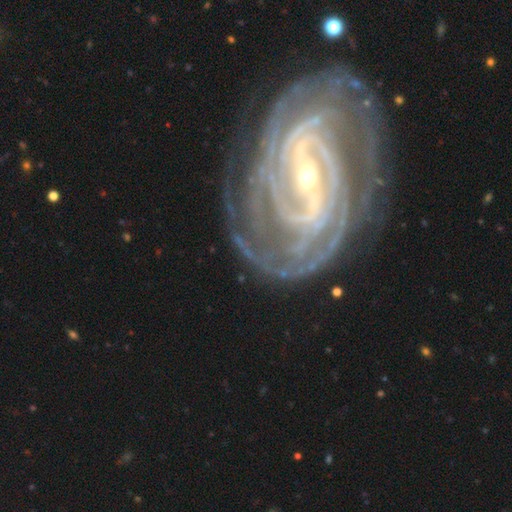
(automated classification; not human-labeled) Smooth or featured? featured or disk (92%)
Edge-on disk? no (97%)
Bar? strong (58%)
Spiral arms? yes (98%)
Spiral winding? tight (77%)
Spiral arm count? 4 (24%)
Bulge size? small (72%)
Merging? none (74%)